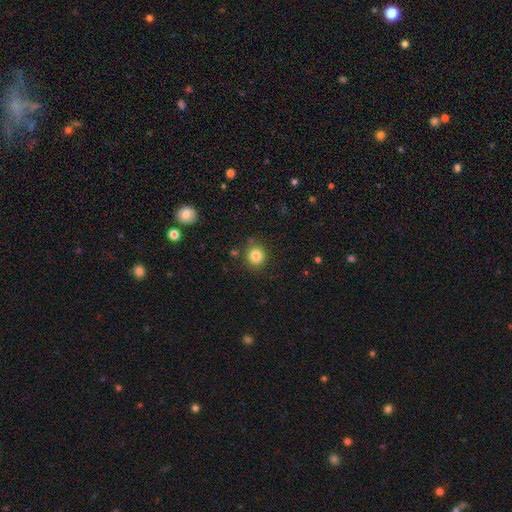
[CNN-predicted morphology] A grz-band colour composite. It shows a smooth galaxy with no disk features (83%) that is round (88%). Merging: none (85%).